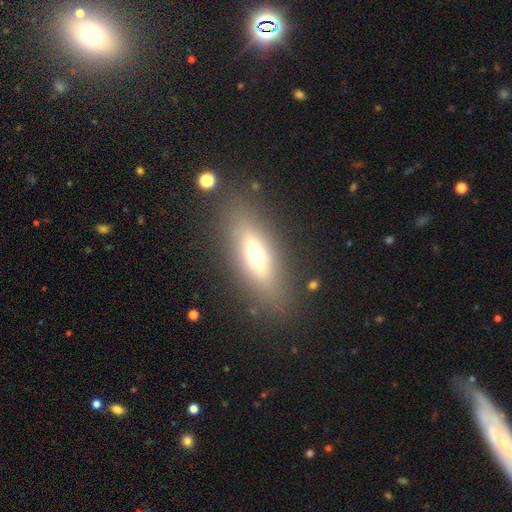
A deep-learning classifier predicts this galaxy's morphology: Smooth or featured?
  - smooth: 49% *
  - featured or disk: 41%
  - star or artifact: 10%
Merging?
  - none: 82% *
  - minor disturbance: 11%
  - major disturbance: 5%
  - merger: 2%